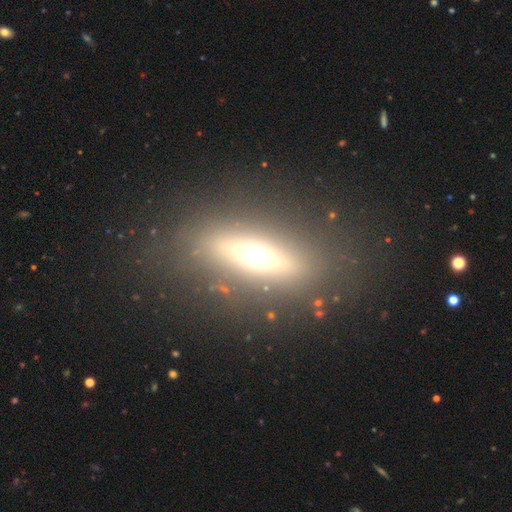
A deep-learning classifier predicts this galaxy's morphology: Q: Smooth or featured?
A: featured or disk (47%); runner-up: smooth (41%)
Q: Merging?
A: none (82%); runner-up: minor disturbance (10%)